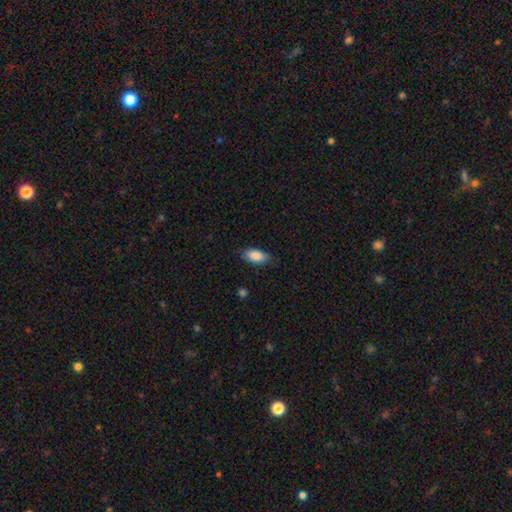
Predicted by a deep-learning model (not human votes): Morphology: type=smooth (88%); roundness=in between (91%); merging=none (82%).